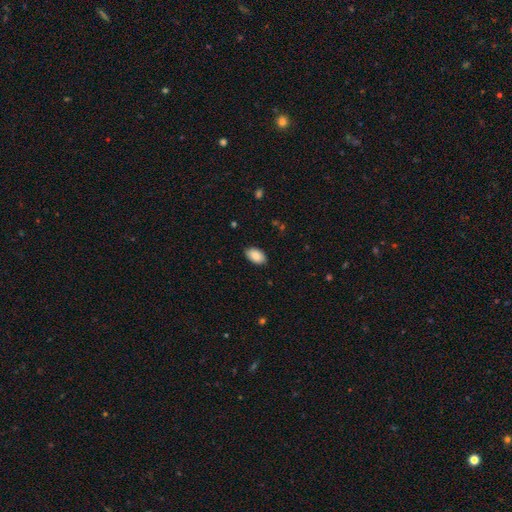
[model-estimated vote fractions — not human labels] smooth-or-featured: smooth: 89% | star or artifact: 6% | featured or disk: 4%
  how-rounded: in between: 94% | round: 5% | cigar-shaped: 1%
  merging: none: 86% | minor disturbance: 11% | major disturbance: 2% | merger: 1%